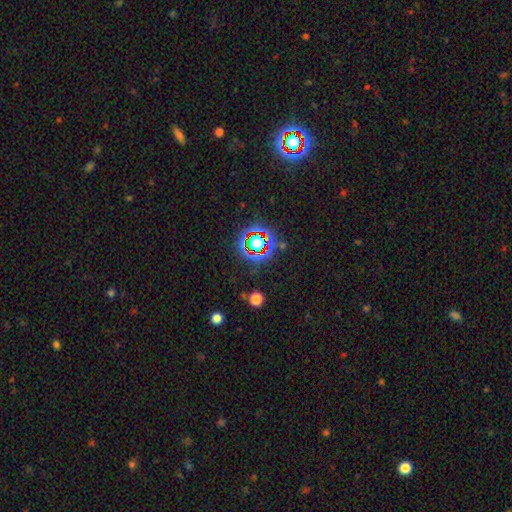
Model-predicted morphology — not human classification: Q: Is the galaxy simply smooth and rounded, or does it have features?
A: star or artifact — 78%.